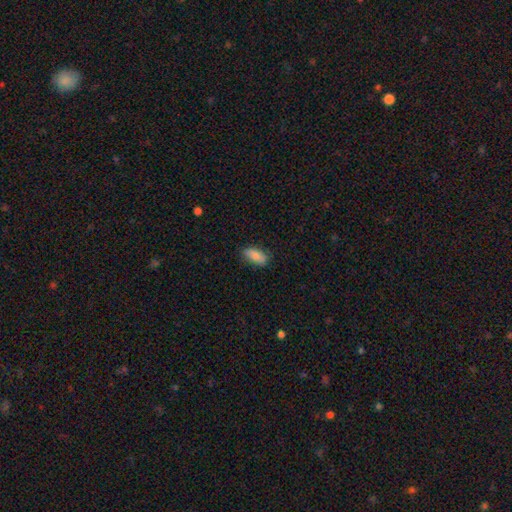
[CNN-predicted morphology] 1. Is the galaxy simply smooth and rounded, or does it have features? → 83% smooth, 10% featured or disk, 6% star or artifact.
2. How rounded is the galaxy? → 87% in between, 10% cigar-shaped, 3% round.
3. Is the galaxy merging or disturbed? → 81% none, 15% minor disturbance, 3% major disturbance, 1% merger.